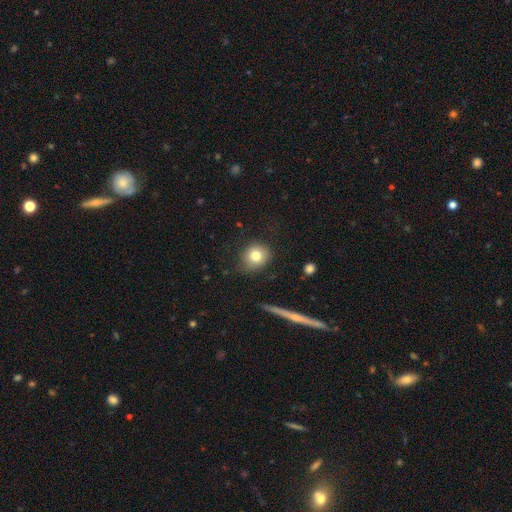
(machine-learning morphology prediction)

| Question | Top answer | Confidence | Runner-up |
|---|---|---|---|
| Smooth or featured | smooth | 79% | featured or disk (11%) |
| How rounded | round | 84% | in between (15%) |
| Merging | none | 79% | minor disturbance (15%) |